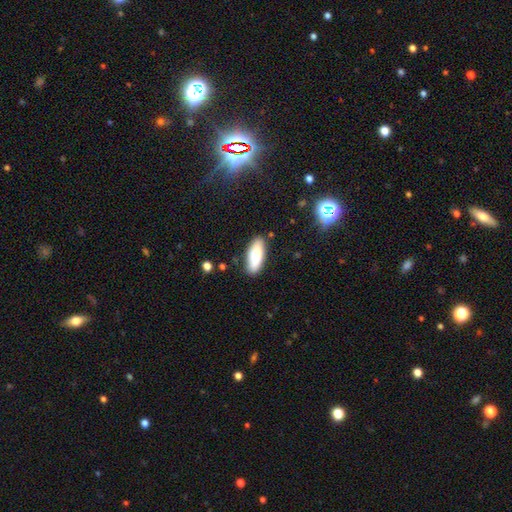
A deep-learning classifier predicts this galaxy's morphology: This appears to be a smooth galaxy with no disk features (85%) that is in between round and cigar-shaped (73%). Merging: none (84%).